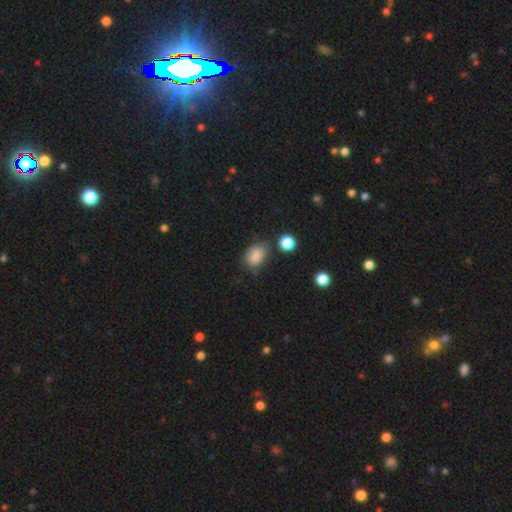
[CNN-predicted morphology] This is clearly a smooth galaxy (85%). How rounded: likely in between (76%). Merging: likely none (64%).